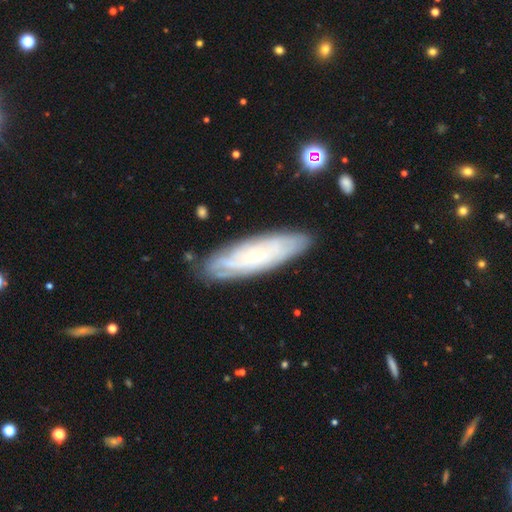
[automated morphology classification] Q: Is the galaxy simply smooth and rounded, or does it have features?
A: featured or disk — 65%.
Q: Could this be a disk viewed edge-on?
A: no — 74%.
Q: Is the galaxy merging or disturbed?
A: none — 83%.